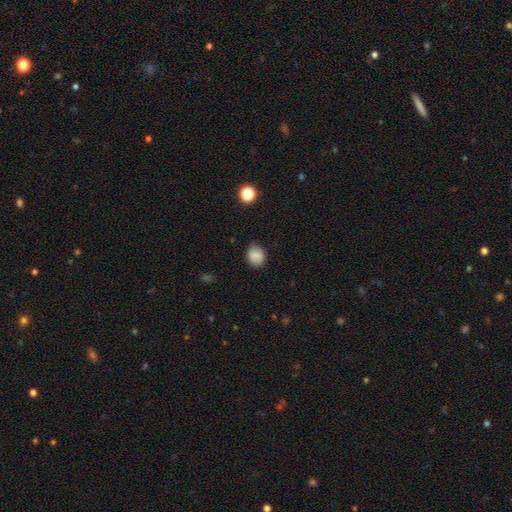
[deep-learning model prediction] smooth-or-featured: smooth: 85% | star or artifact: 9% | featured or disk: 6%
  how-rounded: round: 54% | in between: 45% | cigar-shaped: 1%
  merging: none: 79% | minor disturbance: 16% | major disturbance: 3% | merger: 1%